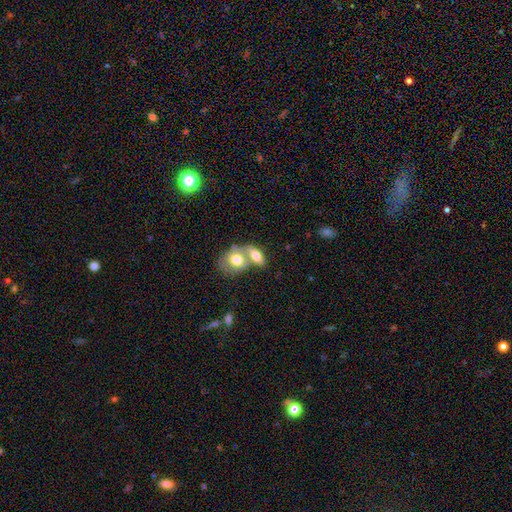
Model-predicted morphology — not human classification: smooth 70%, featured or disk 24%, star or artifact 6%. Down the decision tree: how rounded — in between (78%); merging — merger (61%).